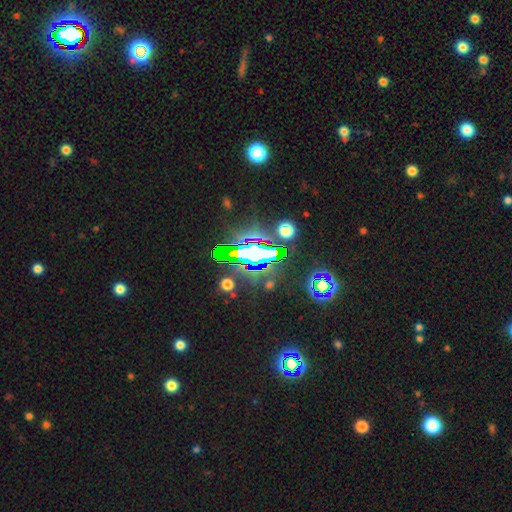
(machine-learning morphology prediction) A star or artifact, not a galaxy (71%).